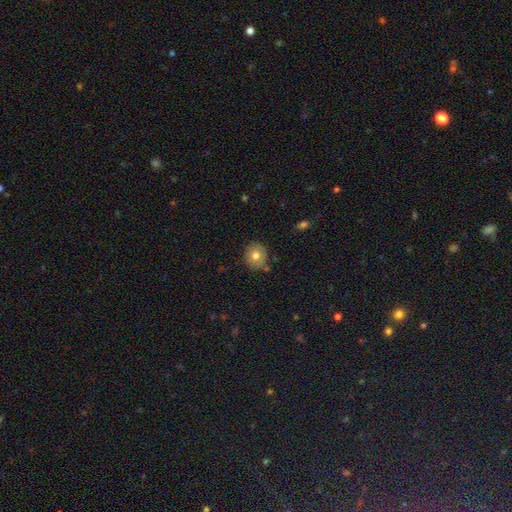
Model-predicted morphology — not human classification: smooth-or-featured: smooth: 76% | featured or disk: 14% | star or artifact: 10%
  how-rounded: round: 84% | in between: 15% | cigar-shaped: 1%
  merging: none: 83% | minor disturbance: 11% | merger: 4% | major disturbance: 2%